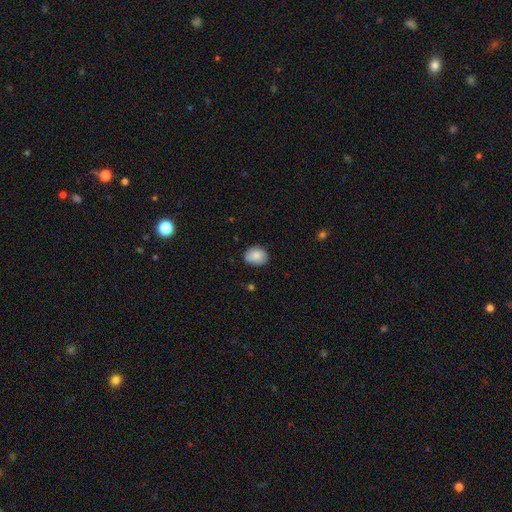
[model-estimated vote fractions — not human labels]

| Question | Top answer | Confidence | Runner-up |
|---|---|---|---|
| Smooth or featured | smooth | 85% | featured or disk (8%) |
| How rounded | in between | 60% | round (39%) |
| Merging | none | 76% | minor disturbance (19%) |